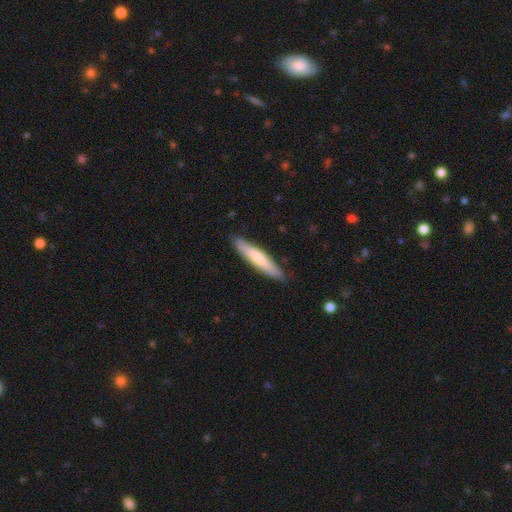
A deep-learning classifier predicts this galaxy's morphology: smooth 68%, featured or disk 26%, star or artifact 5%. Down the decision tree: how rounded — cigar-shaped (87%); merging — none (86%).